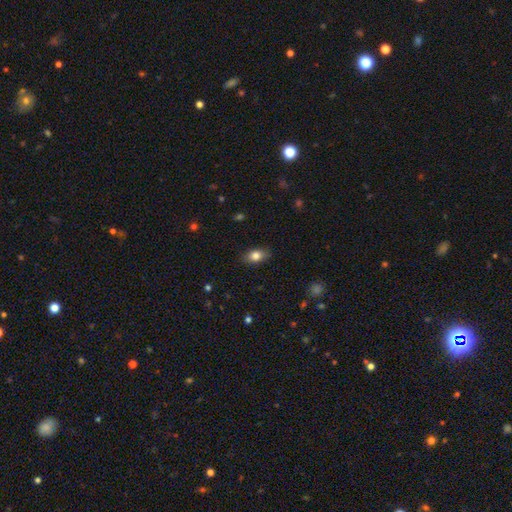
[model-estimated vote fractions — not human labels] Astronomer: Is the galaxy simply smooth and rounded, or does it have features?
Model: smooth — 82%.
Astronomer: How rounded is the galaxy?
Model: in between — 86%.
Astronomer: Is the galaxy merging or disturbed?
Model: none — 87%.